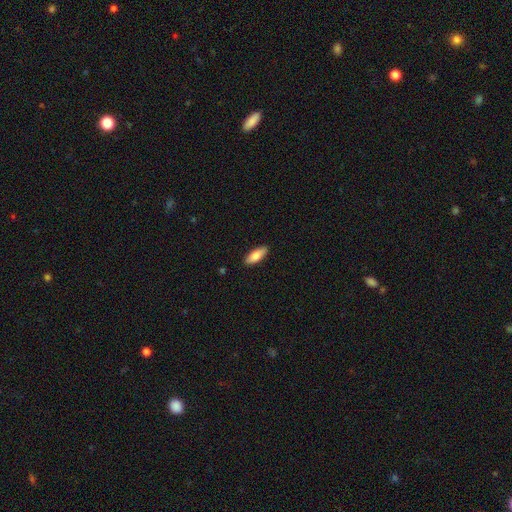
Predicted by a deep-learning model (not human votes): smooth-or-featured: smooth: 81% | featured or disk: 13% | star or artifact: 6%
  how-rounded: in between: 72% | cigar-shaped: 26% | round: 2%
  merging: none: 89% | minor disturbance: 9% | major disturbance: 2% | merger: 1%